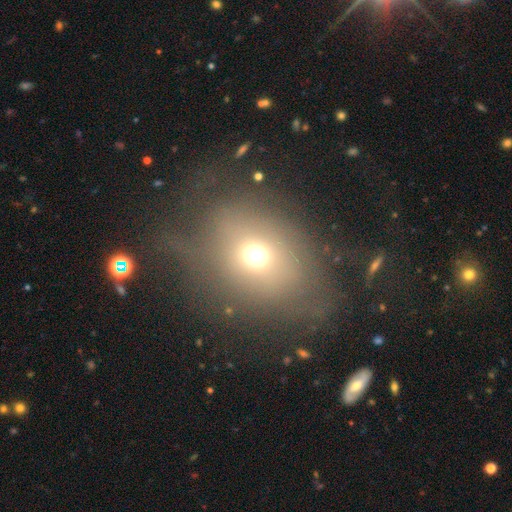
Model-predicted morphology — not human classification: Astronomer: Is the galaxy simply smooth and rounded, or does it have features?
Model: smooth — 63%.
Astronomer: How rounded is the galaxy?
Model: round — 60% (runner-up: in between, 38%).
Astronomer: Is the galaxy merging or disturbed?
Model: none — 52%.